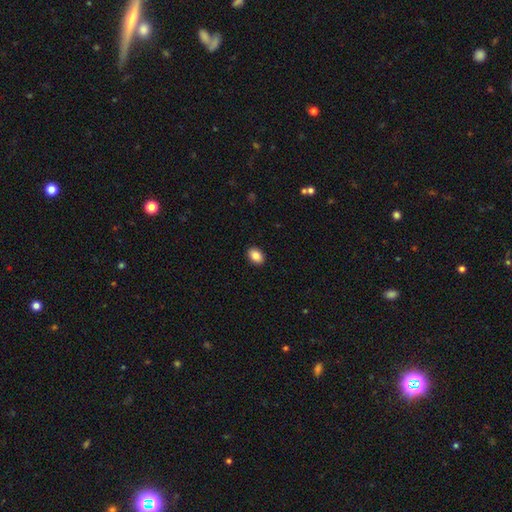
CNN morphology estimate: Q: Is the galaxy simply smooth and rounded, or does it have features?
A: smooth — 87%.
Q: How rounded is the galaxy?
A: in between — 77%.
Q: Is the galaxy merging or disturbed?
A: none — 91%.